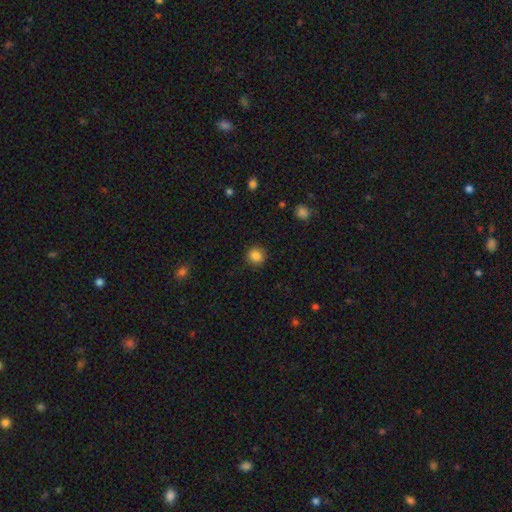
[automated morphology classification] The model was most divided on "how rounded": round: 85%, in between: 14%, cigar-shaped: 1%. More confident: merging — none (89%); smooth or featured — smooth (85%).